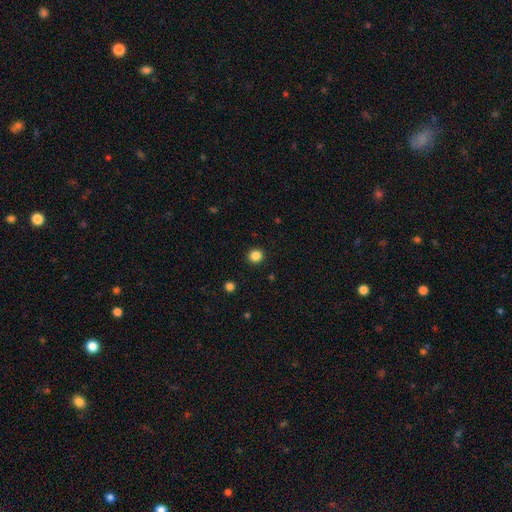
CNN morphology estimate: A smooth galaxy with no disk features (85%) that is round (91%). Merging: none (93%).